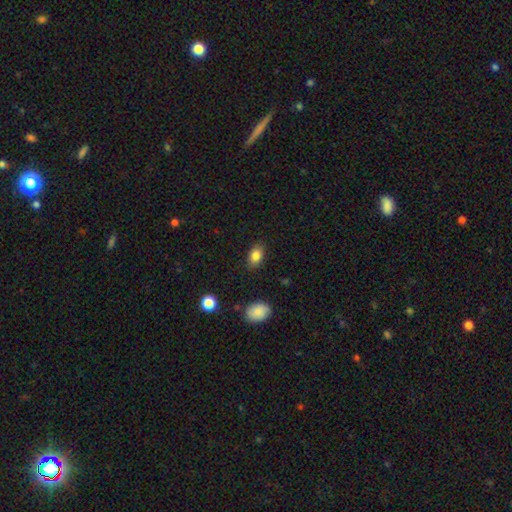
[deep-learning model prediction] Morphology: type=smooth (84%); roundness=in between (85%); merging=none (84%).